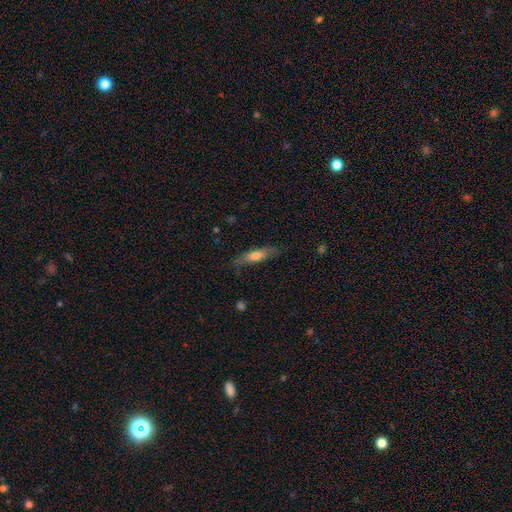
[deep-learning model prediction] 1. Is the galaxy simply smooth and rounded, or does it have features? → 58% smooth, 36% featured or disk, 6% star or artifact.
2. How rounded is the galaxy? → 67% cigar-shaped, 31% in between, 2% round.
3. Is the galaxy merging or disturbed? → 73% none, 20% minor disturbance, 5% major disturbance, 2% merger.